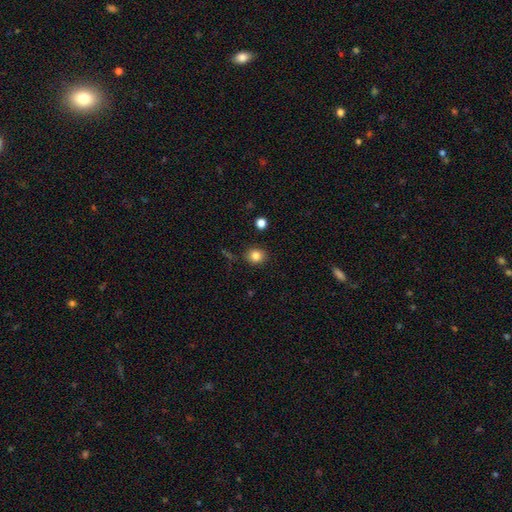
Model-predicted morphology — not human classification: Q: Smooth or featured?
A: smooth (83%); runner-up: star or artifact (11%)
Q: How rounded?
A: round (74%); runner-up: in between (25%)
Q: Merging?
A: none (87%); runner-up: minor disturbance (8%)